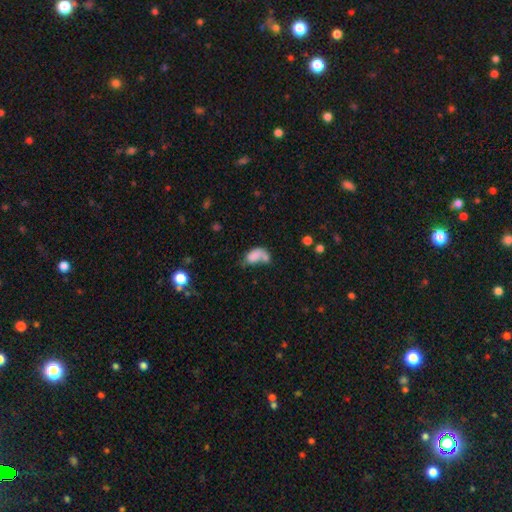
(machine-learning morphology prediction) A smooth galaxy with no disk features (74%) that is in between round and cigar-shaped (88%).

Vote fractions:
- Smooth or featured? smooth: 74% / featured or disk: 16% / star or artifact: 10%
- How rounded? in between: 88% / round: 9% / cigar-shaped: 2%
- Merging? merger: 46% / none: 23% / major disturbance: 17% / minor disturbance: 14%